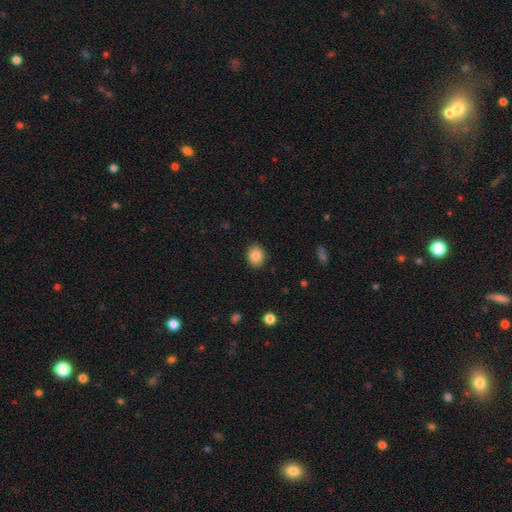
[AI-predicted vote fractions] Overall: smooth (88%). How rounded: round (60%; in between 40%). Merging: none (88%).